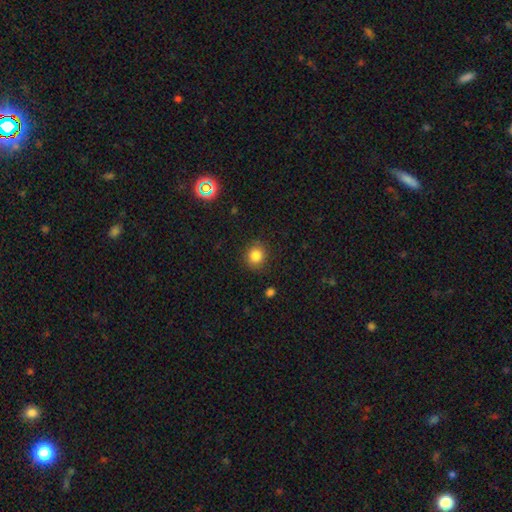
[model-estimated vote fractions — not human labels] Q: Smooth or featured?
A: smooth (83%); runner-up: star or artifact (11%)
Q: How rounded?
A: round (84%); runner-up: in between (15%)
Q: Merging?
A: none (87%); runner-up: minor disturbance (9%)